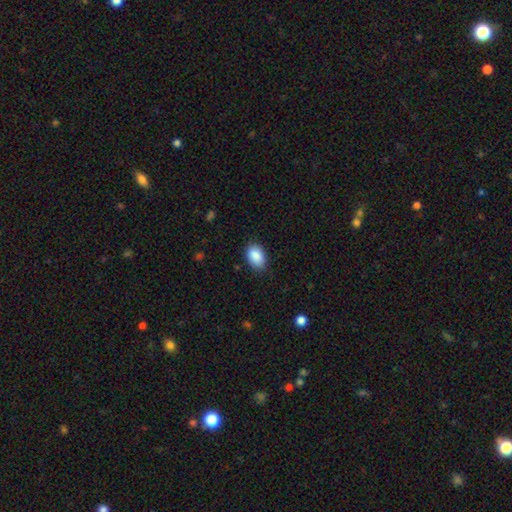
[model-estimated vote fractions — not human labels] Smooth or featured? smooth (88%)
How rounded? in between (88%)
Merging? none (80%)